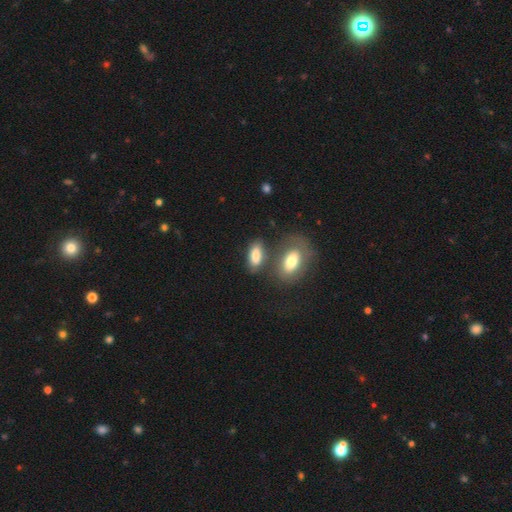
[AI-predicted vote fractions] Smooth or featured? Predicted: smooth (p=0.80). How rounded? Predicted: in between (p=0.86). Merging? Predicted: none (p=0.55).